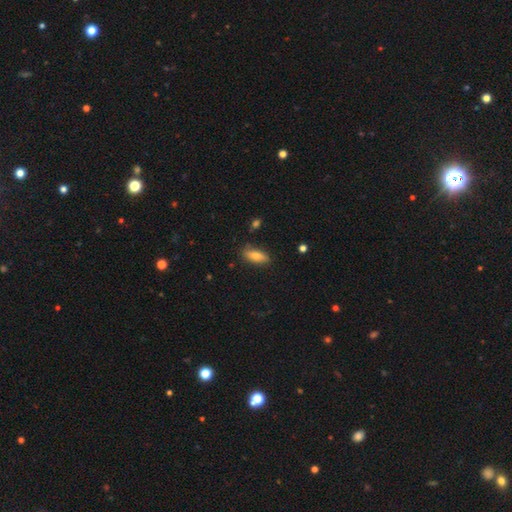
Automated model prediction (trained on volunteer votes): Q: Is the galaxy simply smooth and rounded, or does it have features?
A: smooth — 76%.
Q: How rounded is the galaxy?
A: in between — 72%.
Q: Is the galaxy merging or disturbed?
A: none — 77%.